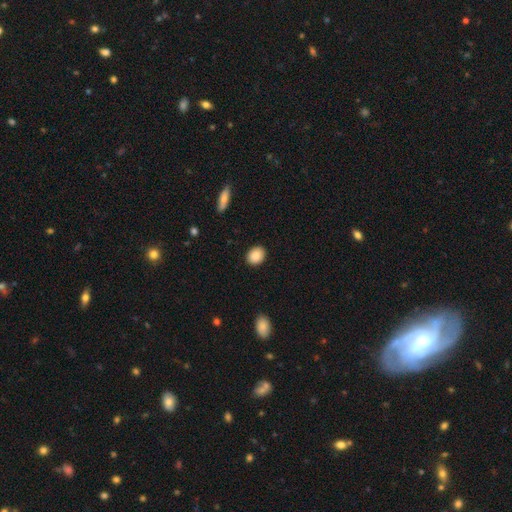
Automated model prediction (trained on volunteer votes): A smooth galaxy with no disk features (89%) that is in between round and cigar-shaped (50%).

Vote fractions:
- Smooth or featured? smooth: 89% / star or artifact: 7% / featured or disk: 4%
- How rounded? in between: 50% / round: 49% / cigar-shaped: 1%
- Merging? none: 90% / minor disturbance: 7% / major disturbance: 2% / merger: 1%